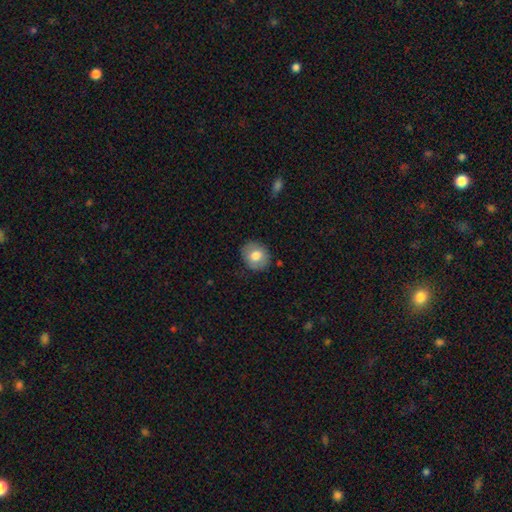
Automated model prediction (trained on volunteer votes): smooth-or-featured: smooth: 76% | featured or disk: 16% | star or artifact: 8%
  how-rounded: round: 73% | in between: 26% | cigar-shaped: 1%
  merging: none: 85% | minor disturbance: 12% | major disturbance: 3% | merger: 1%